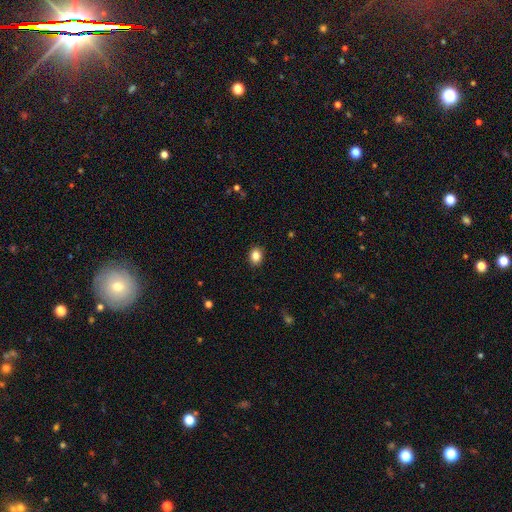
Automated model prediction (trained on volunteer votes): A smooth galaxy with no disk features (85%) that is in between round and cigar-shaped (57%).

Vote fractions:
- Smooth or featured? smooth: 85% / star or artifact: 9% / featured or disk: 6%
- How rounded? in between: 57% / round: 42% / cigar-shaped: 1%
- Merging? none: 90% / minor disturbance: 7% / major disturbance: 2% / merger: 1%